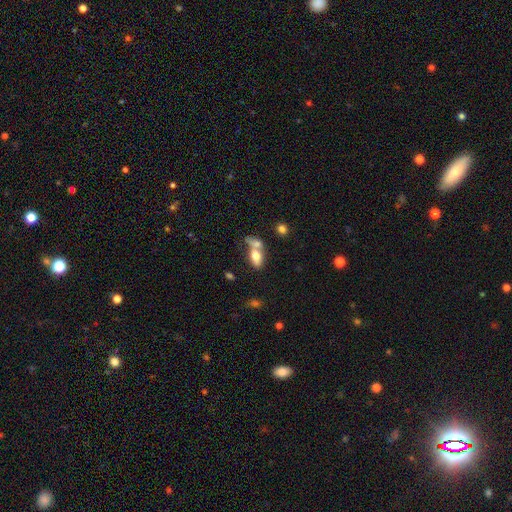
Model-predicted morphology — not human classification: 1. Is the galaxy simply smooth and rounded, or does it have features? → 70% smooth, 22% featured or disk, 8% star or artifact.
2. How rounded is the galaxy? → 83% in between, 10% round, 8% cigar-shaped.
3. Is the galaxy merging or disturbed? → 57% merger, 26% none, 10% minor disturbance, 7% major disturbance.